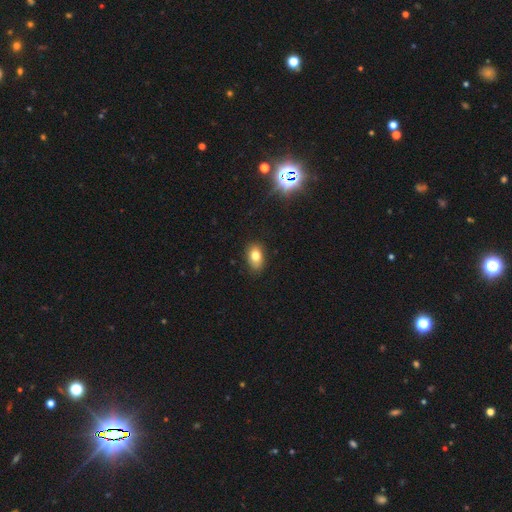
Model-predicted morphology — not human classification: A smooth galaxy with no disk features (78%) that is in between round and cigar-shaped (84%).

Vote fractions:
- Smooth or featured? smooth: 78% / star or artifact: 12% / featured or disk: 11%
- How rounded? in between: 84% / round: 14% / cigar-shaped: 2%
- Merging? none: 82% / minor disturbance: 14% / major disturbance: 3% / merger: 1%